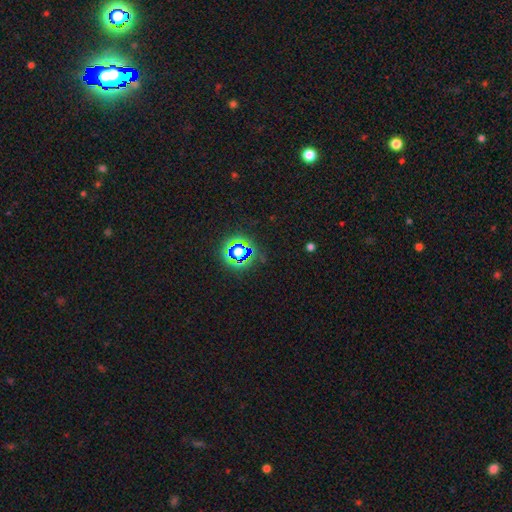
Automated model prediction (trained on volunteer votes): smooth-or-featured: star or artifact: 77% | smooth: 15% | featured or disk: 8%